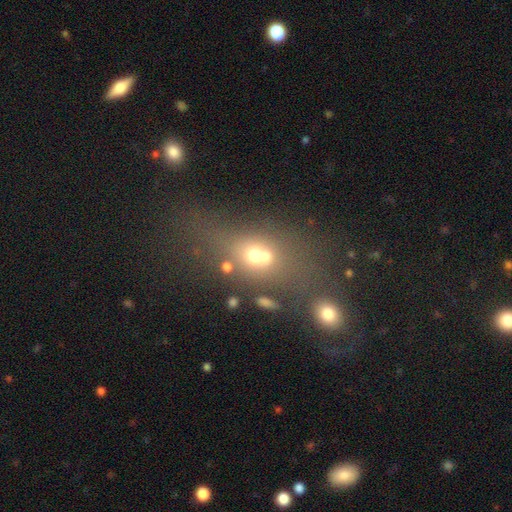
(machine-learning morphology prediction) Smooth or featured: smooth — 53% (featured or disk — 26%)
How rounded: in between — 54% (round — 37%)
Merging: merger — 44% (none — 33%)